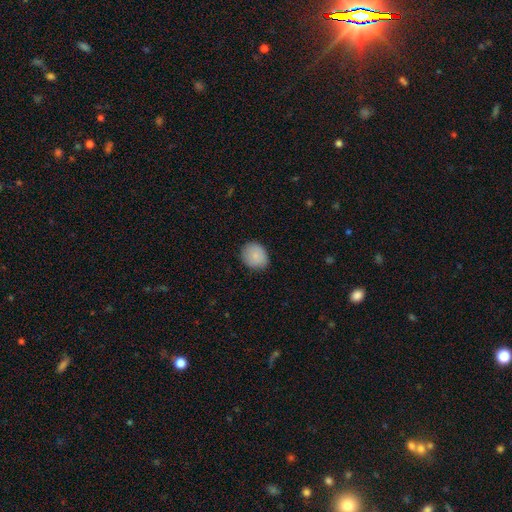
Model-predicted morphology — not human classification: Smooth or featured? smooth (86%)
How rounded? round (67%)
Merging? none (84%)